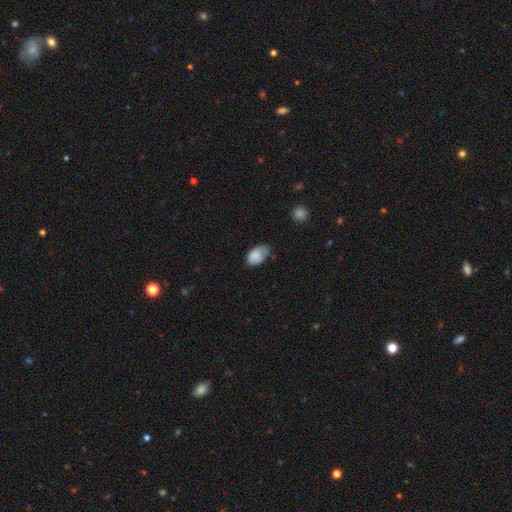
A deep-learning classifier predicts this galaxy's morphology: Smooth or featured?
  - smooth: 81% *
  - featured or disk: 11%
  - star or artifact: 8%
How rounded?
  - in between: 90% *
  - round: 9%
  - cigar-shaped: 1%
Merging?
  - none: 48% *
  - minor disturbance: 38%
  - major disturbance: 11%
  - merger: 3%